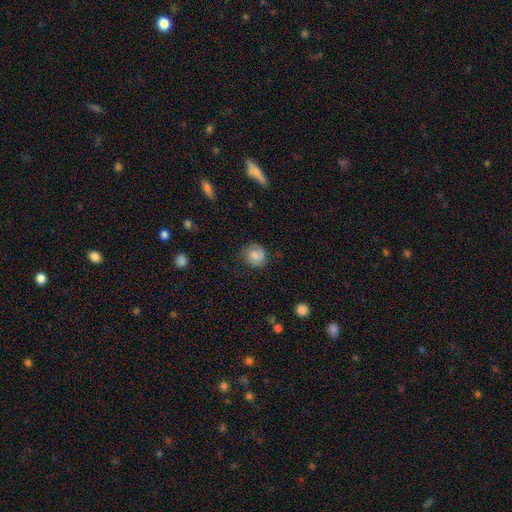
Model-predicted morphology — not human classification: Smooth or featured: smooth — 69% (featured or disk — 22%)
How rounded: round — 80% (in between — 19%)
Merging: none — 75% (minor disturbance — 18%)